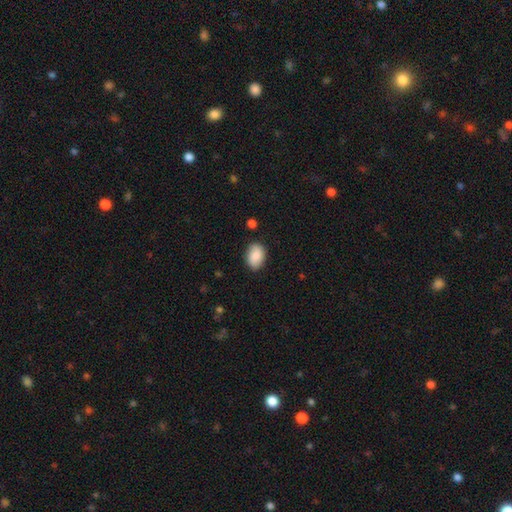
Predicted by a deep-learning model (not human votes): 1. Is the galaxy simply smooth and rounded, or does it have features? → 87% smooth, 7% featured or disk, 7% star or artifact.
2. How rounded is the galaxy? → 85% in between, 14% round, 1% cigar-shaped.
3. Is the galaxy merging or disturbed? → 83% none, 13% minor disturbance, 3% major disturbance, 2% merger.